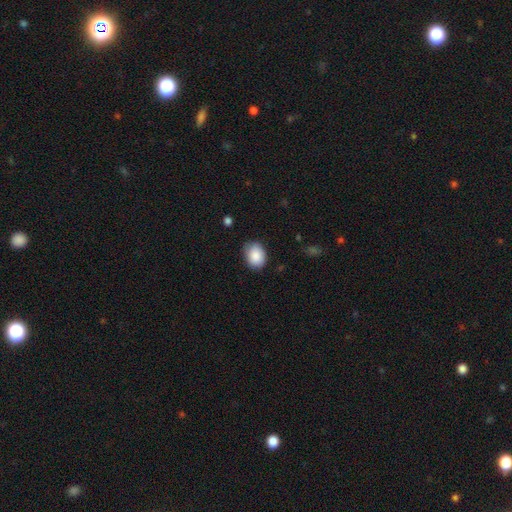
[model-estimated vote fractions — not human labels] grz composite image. It shows a smooth galaxy with no disk features (88%) that is in between round and cigar-shaped (64%). Merging: none (76%).